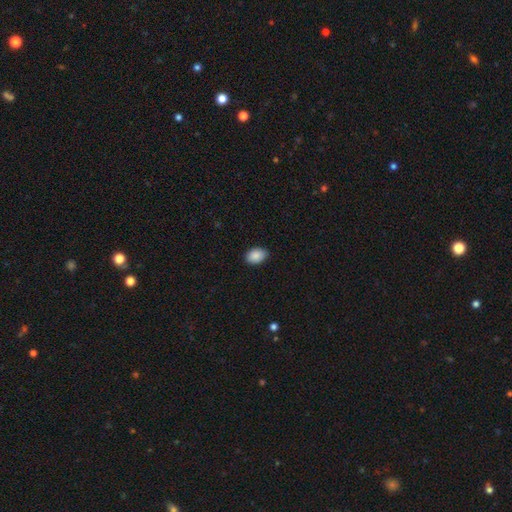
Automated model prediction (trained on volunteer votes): Overall: smooth (89%). How rounded: in between (84%). Merging: none (87%).